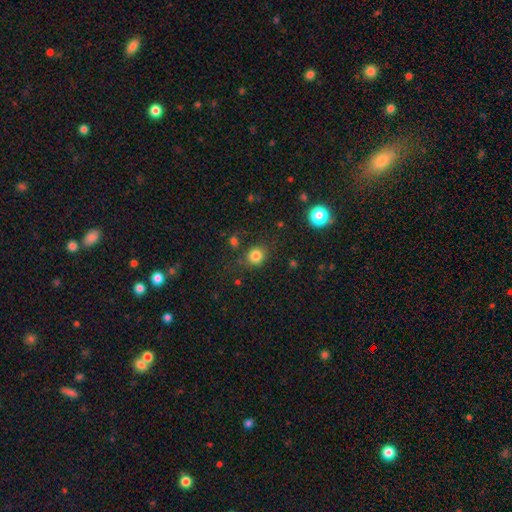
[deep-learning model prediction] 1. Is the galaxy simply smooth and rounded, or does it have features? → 82% smooth, 13% star or artifact, 5% featured or disk.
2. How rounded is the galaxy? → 77% round, 22% in between, 1% cigar-shaped.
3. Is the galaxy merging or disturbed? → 75% none, 15% minor disturbance, 6% major disturbance, 4% merger.